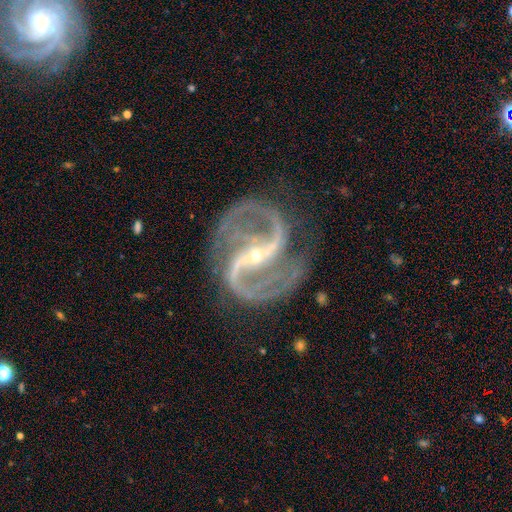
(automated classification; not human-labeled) Morphology: type=featured or disk (93%); edge-on=no (98%); bar=strong (60%); spiral arms=yes (99%); winding=medium (59%); arm count=2 (87%); bulge=small (79%); merging=none (74%).